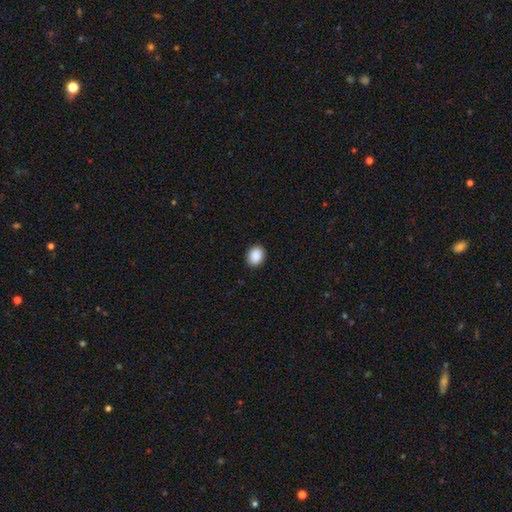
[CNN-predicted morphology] A smooth galaxy with no disk features (90%) that is in between round and cigar-shaped (59%).

Vote fractions:
- Smooth or featured? smooth: 90% / star or artifact: 7% / featured or disk: 2%
- How rounded? in between: 59% / round: 40% / cigar-shaped: 1%
- Merging? none: 91% / minor disturbance: 7% / major disturbance: 2% / merger: 1%